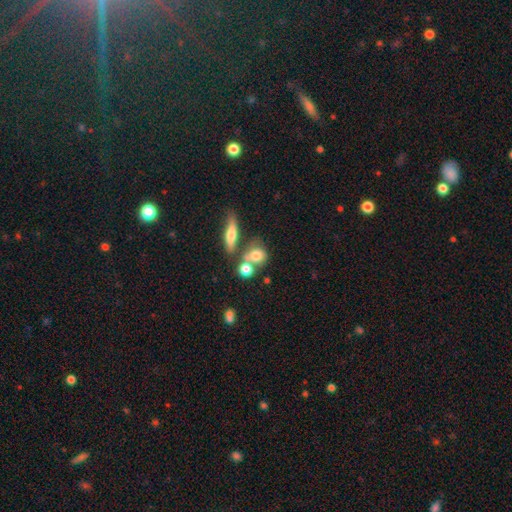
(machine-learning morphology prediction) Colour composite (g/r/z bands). It shows a smooth galaxy with no disk features (72%) that is round (56%). Merging: none (43%).